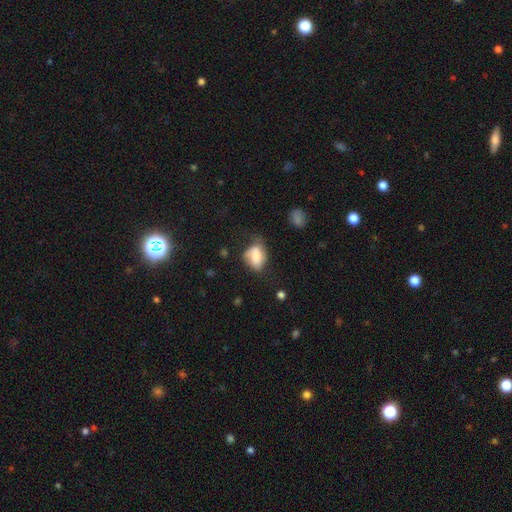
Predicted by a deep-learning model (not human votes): Smooth or featured? Predicted: smooth (p=0.71). How rounded? Predicted: in between (p=0.80). Merging? Predicted: none (p=0.37).